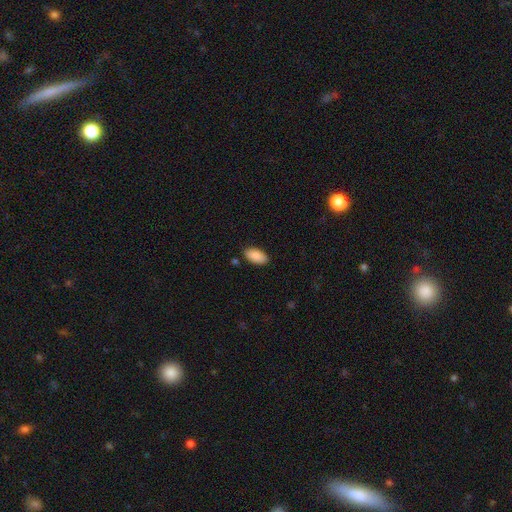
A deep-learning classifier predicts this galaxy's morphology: Smooth or featured?
  - smooth: 90% *
  - star or artifact: 7%
  - featured or disk: 4%
How rounded?
  - in between: 95% *
  - cigar-shaped: 3%
  - round: 2%
Merging?
  - none: 86% *
  - minor disturbance: 10%
  - major disturbance: 2%
  - merger: 2%